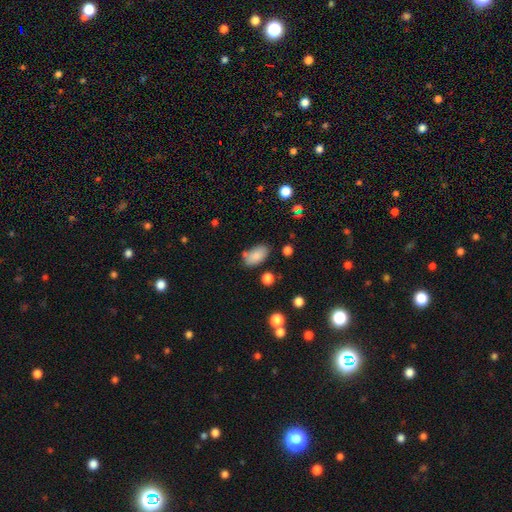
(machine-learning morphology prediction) type=smooth (85%); roundness=in between (93%); merging=none (70%).